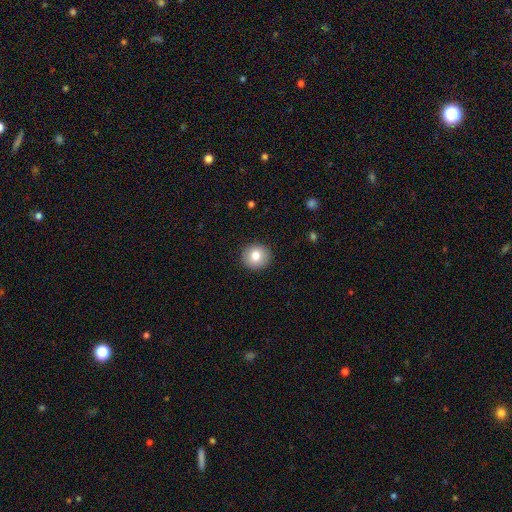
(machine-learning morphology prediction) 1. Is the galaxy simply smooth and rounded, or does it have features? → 80% smooth, 11% featured or disk, 9% star or artifact.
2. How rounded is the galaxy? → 90% round, 9% in between, 1% cigar-shaped.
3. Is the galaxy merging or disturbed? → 92% none, 5% minor disturbance, 2% major disturbance, 1% merger.